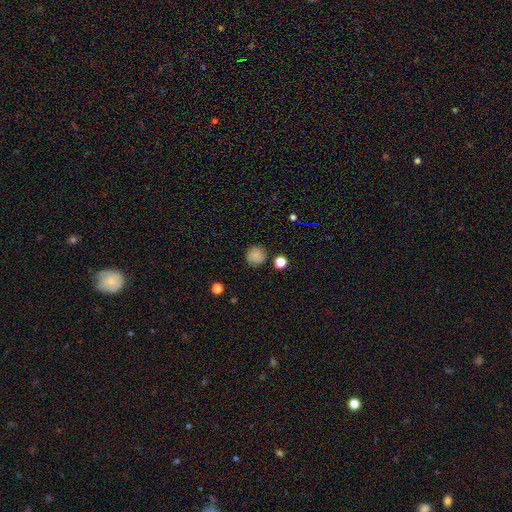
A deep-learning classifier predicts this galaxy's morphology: Smooth or featured? Predicted: smooth (p=0.81). How rounded? Predicted: round (p=0.92). Merging? Predicted: none (p=0.82).